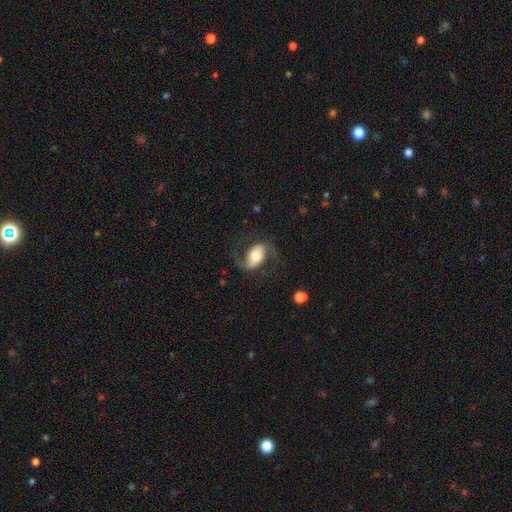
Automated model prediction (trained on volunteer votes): smooth-or-featured: featured or disk: 71% | smooth: 23% | star or artifact: 6%
  disk-edge-on: no: 95% | yes: 5%
    bar: strong: 36% | weak: 34% | no: 30%
    has-spiral-arms: yes: 90% | no: 10%
      spiral-winding: loose: 48% | medium: 42% | tight: 10%
      spiral-arm-count: 2: 90% | 1: 4% | can't tell: 3% | 3: 1% | 4: 1% | more than 4: 1%
    bulge-size: moderate: 57% | large: 26% | small: 12% | dominant: 4% | none: 2%
  merging: none: 68% | minor disturbance: 16% | major disturbance: 14% | merger: 2%